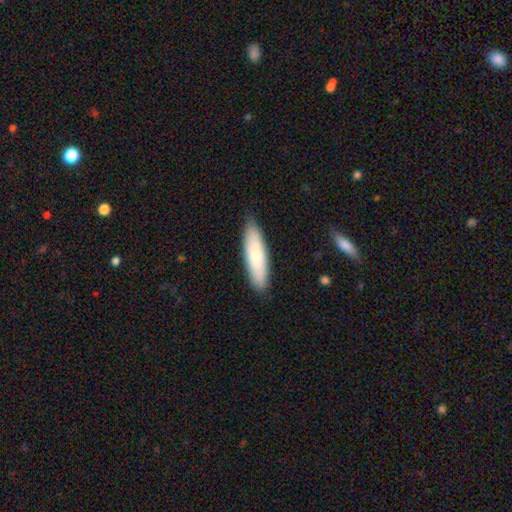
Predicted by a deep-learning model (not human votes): This is likely a smooth galaxy (76%). How rounded: likely cigar-shaped (64%). Merging: clearly none (85%).